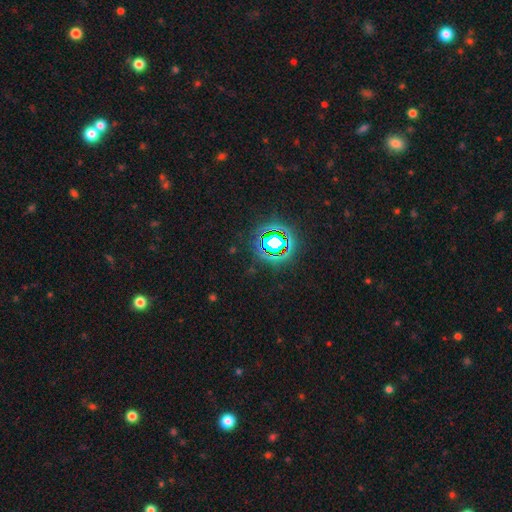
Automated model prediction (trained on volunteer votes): Q: Smooth or featured?
A: star or artifact (80%); runner-up: smooth (13%)